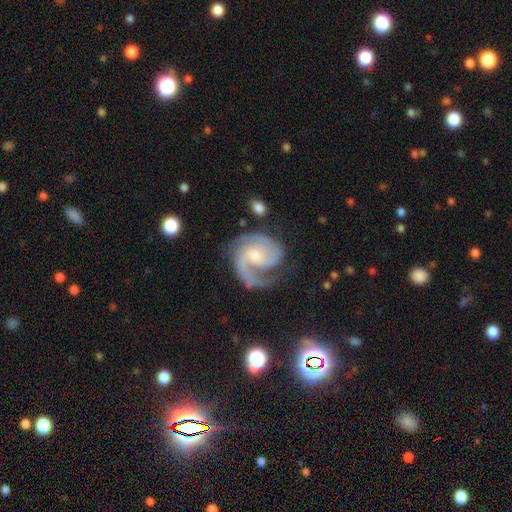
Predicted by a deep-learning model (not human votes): Smooth or featured? Predicted: featured or disk (p=0.89). Edge-on disk? Predicted: no (p=0.98). Bar? Predicted: no (p=0.58). Spiral arms? Predicted: yes (p=0.98). Spiral winding? Predicted: medium (p=0.49). Spiral arm count? Predicted: 2 (p=0.56). Bulge size? Predicted: small (p=0.52). Merging? Predicted: none (p=0.59).